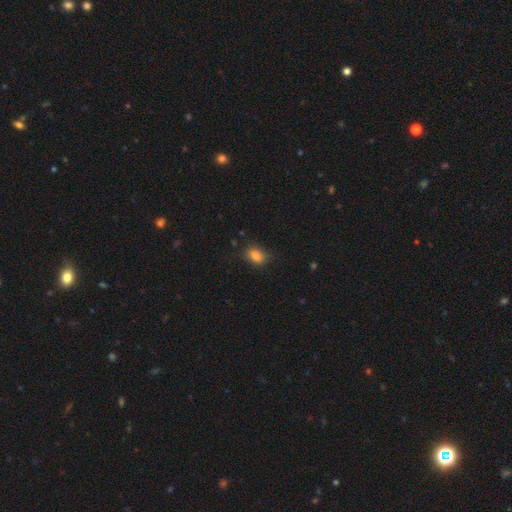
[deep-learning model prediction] The model was most divided on "how rounded": in between: 76%, round: 22%, cigar-shaped: 2%. More confident: smooth or featured — smooth (84%); merging — none (76%).